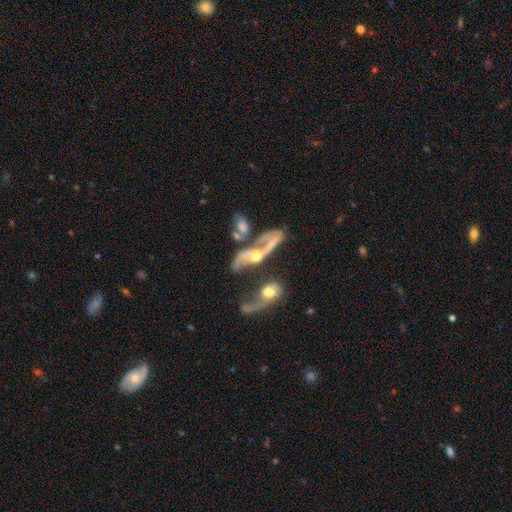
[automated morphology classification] The model was most divided on "merging": merger: 55%, major disturbance: 22%, none: 14%, minor disturbance: 9%. More confident: edge-on disk — no (87%); smooth or featured — featured or disk (72%); spiral arms — yes (70%); bar — no (66%); bulge size — moderate (57%).